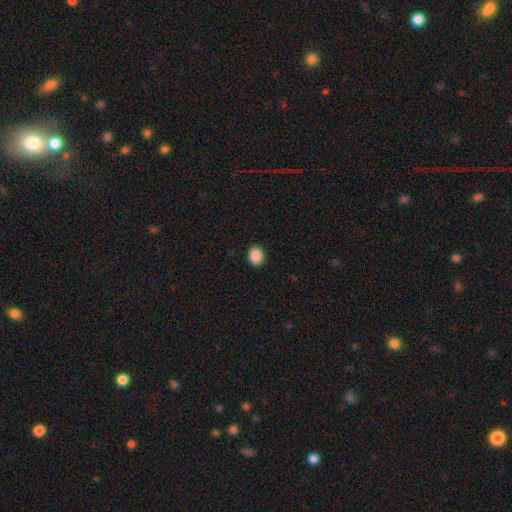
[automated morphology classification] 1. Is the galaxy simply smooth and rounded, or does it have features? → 90% smooth, 8% star or artifact, 2% featured or disk.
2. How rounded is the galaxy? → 54% in between, 45% round, 1% cigar-shaped.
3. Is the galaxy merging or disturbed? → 91% none, 6% minor disturbance, 2% major disturbance, 1% merger.